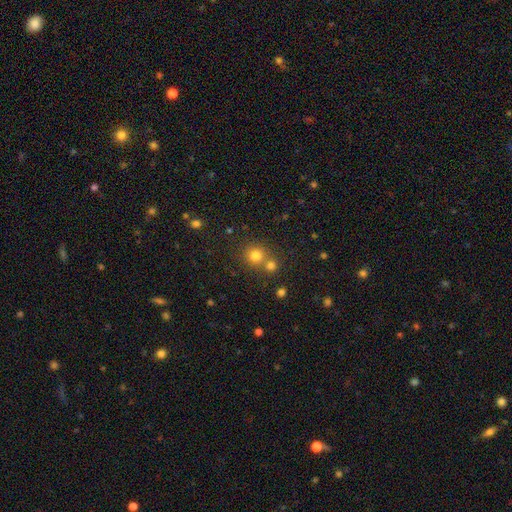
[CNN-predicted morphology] Overall: smooth (77%). How rounded: round (89%). Merging: none (61%; merger 29%).